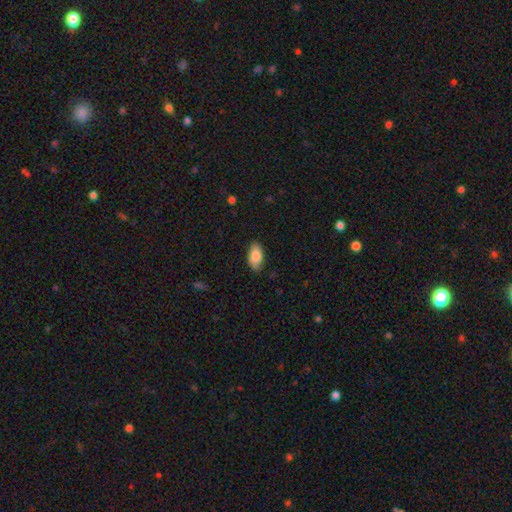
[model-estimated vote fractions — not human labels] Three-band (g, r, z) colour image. It shows a smooth galaxy with no disk features (85%) that is in between round and cigar-shaped (93%). Merging: none (84%).